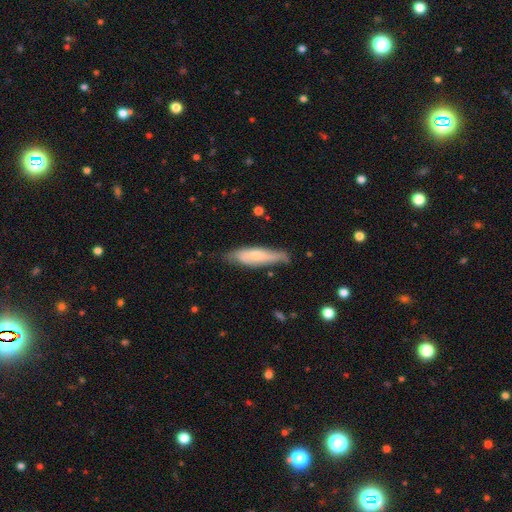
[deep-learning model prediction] smooth_or_featured: smooth (p=0.56) [alt: featured or disk p=0.38]
how_rounded: cigar-shaped (p=0.69) [alt: in between p=0.30]
merging: none (p=0.65) [alt: minor disturbance p=0.27]